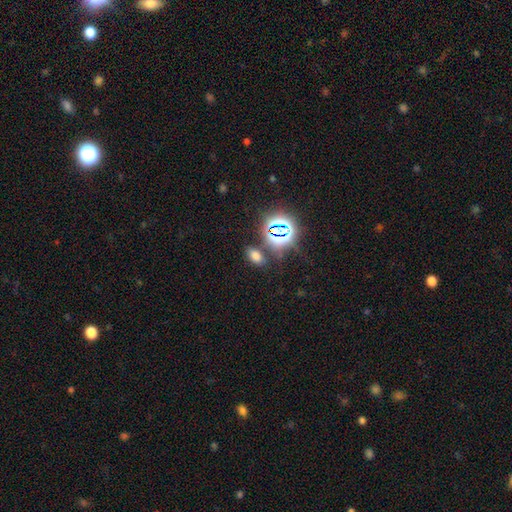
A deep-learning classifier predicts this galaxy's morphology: This appears to be a smooth galaxy with no disk features (62%) that is in between round and cigar-shaped (87%). Merging: none (80%).